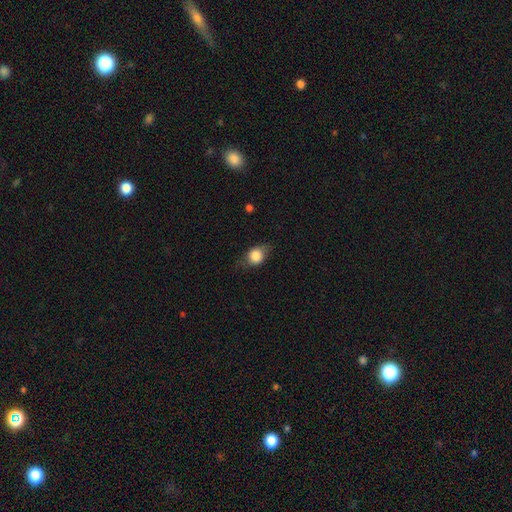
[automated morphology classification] Q: Smooth or featured?
A: smooth (76%); runner-up: featured or disk (16%)
Q: How rounded?
A: round (55%); runner-up: in between (43%)
Q: Merging?
A: none (65%); runner-up: minor disturbance (24%)